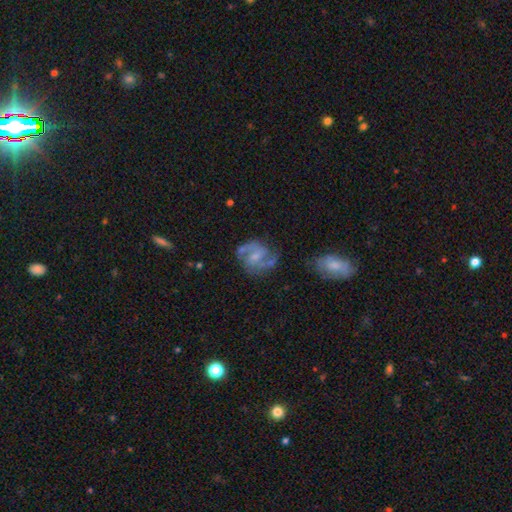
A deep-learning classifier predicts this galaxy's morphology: A featured or disk galaxy (80%) with a weak bar (51%), 2 (83%) medium (56%) spiral arms (93%) and a small central bulge (47%).

Vote fractions:
- Smooth or featured? featured or disk: 80% / smooth: 13% / star or artifact: 7%
- Edge-on disk? no: 98% / yes: 2%
- Bar? weak: 51% / no: 35% / strong: 14%
- Spiral arms? yes: 93% / no: 7%
- Spiral winding? medium: 56% / tight: 22% / loose: 22%
- Spiral arm count? 2: 83% / can't tell: 7% / 3: 5% / 1: 2% / 4: 1% / more than 4: 1%
- Bulge size? small: 47% / moderate: 32% / none: 17% / large: 3% / dominant: 1%
- Merging? none: 64% / minor disturbance: 19% / major disturbance: 10% / merger: 6%